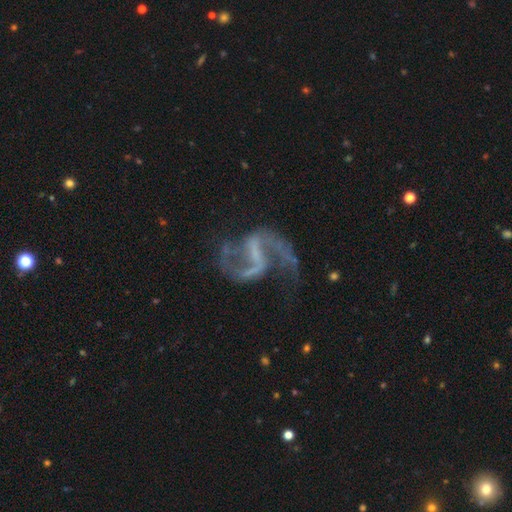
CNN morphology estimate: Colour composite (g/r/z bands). It shows a featured or disk galaxy (91%) with a weak bar (43%), 2 (93%) loose (53%) spiral arms (97%) and no central bulge (55%). Merging: none (65%).